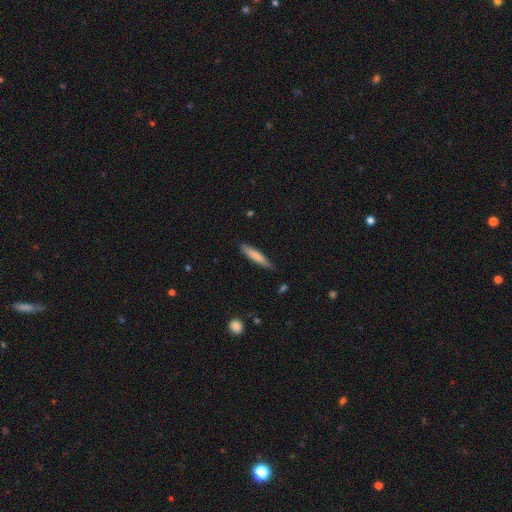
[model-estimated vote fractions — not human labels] Smooth or featured? smooth (76%)
How rounded? cigar-shaped (87%)
Merging? none (78%)